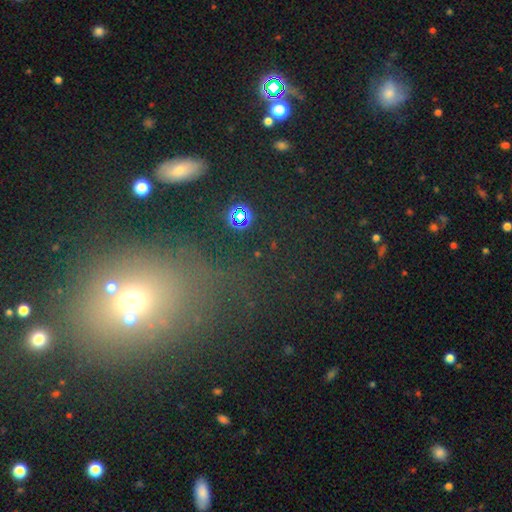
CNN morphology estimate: smooth_or_featured: smooth (p=0.43) [alt: star or artifact p=0.42]
merging: none (p=0.64) [alt: merger p=0.14]